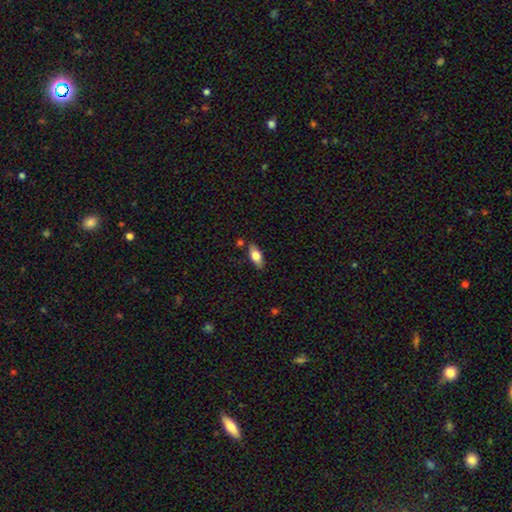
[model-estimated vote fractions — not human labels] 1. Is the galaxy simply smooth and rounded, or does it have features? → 71% smooth, 22% featured or disk, 7% star or artifact.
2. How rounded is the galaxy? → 81% in between, 16% cigar-shaped, 3% round.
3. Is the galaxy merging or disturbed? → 81% none, 12% minor disturbance, 5% merger, 2% major disturbance.